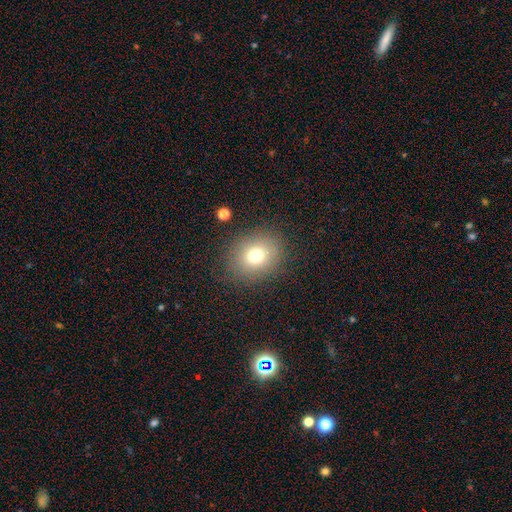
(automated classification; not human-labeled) Smooth or featured: smooth — 74% (star or artifact — 14%)
How rounded: round — 64% (in between — 35%)
Merging: none — 83% (minor disturbance — 11%)